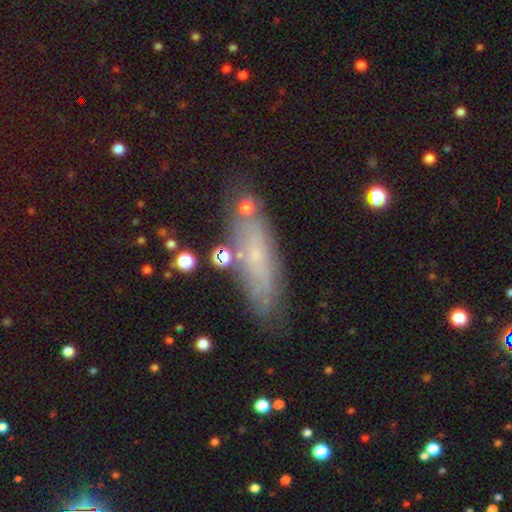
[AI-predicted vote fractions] A smooth galaxy with no disk features (43%).

Vote fractions:
- Smooth or featured? smooth: 43% / featured or disk: 40% / star or artifact: 16%
- Merging? none: 76% / minor disturbance: 16% / major disturbance: 5% / merger: 4%